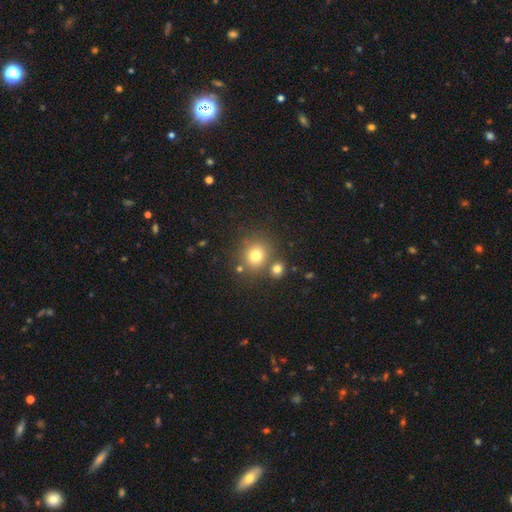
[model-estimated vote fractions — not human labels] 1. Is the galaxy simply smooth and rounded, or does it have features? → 76% smooth, 14% star or artifact, 10% featured or disk.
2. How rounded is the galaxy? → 84% round, 15% in between, 1% cigar-shaped.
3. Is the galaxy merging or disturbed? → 71% none, 16% merger, 9% minor disturbance, 4% major disturbance.